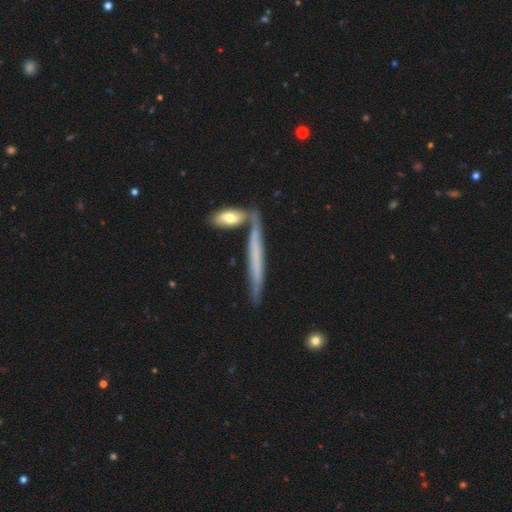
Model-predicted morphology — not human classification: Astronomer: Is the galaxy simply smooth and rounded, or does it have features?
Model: featured or disk — 51% (runner-up: smooth, 42%).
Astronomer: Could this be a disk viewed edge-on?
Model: yes — 90%.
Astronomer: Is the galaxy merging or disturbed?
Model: none — 72%.